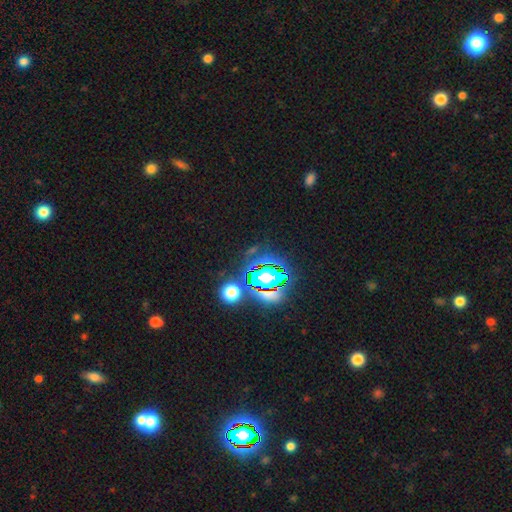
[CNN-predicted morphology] star or artifact 82%, smooth 10%, featured or disk 7%.